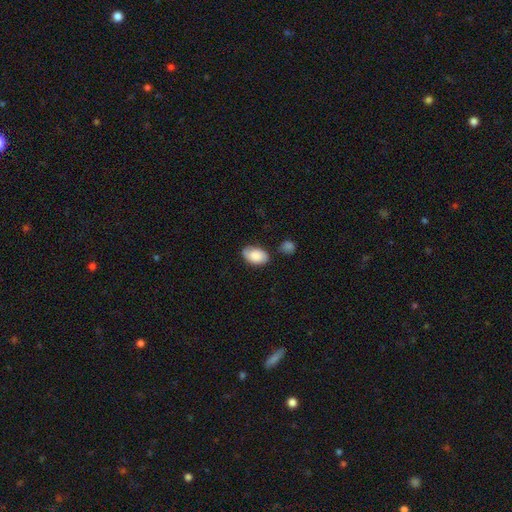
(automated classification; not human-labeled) Smooth or featured?
  - smooth: 82% *
  - featured or disk: 12%
  - star or artifact: 7%
How rounded?
  - in between: 92% *
  - round: 7%
  - cigar-shaped: 1%
Merging?
  - none: 67% *
  - minor disturbance: 22%
  - merger: 6%
  - major disturbance: 5%